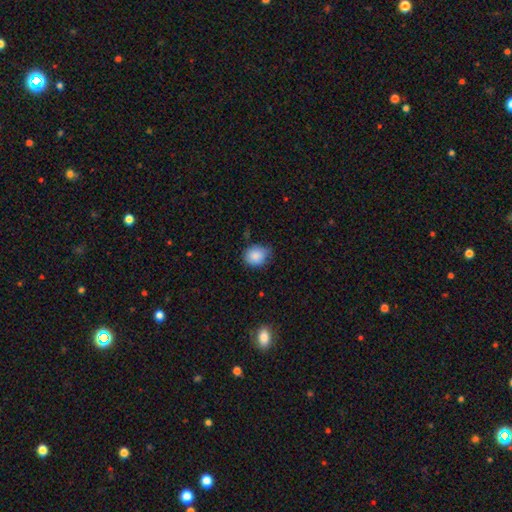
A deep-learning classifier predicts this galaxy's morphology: Smooth or featured: smooth — 86% (star or artifact — 9%)
How rounded: round — 68% (in between — 31%)
Merging: none — 68% (minor disturbance — 27%)